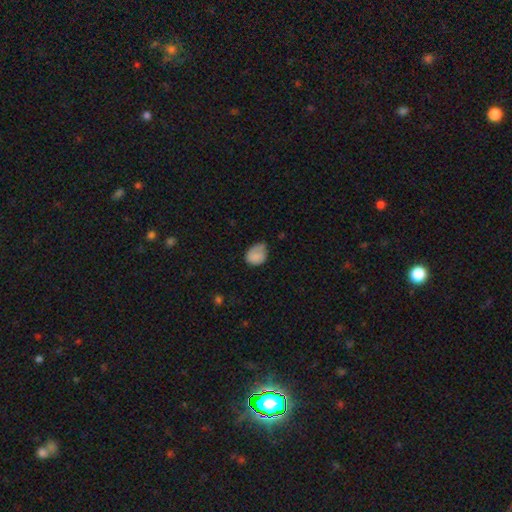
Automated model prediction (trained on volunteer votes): This is likely a smooth galaxy (78%). How rounded: possibly in between (52%). Merging: marginally minor disturbance (40%).